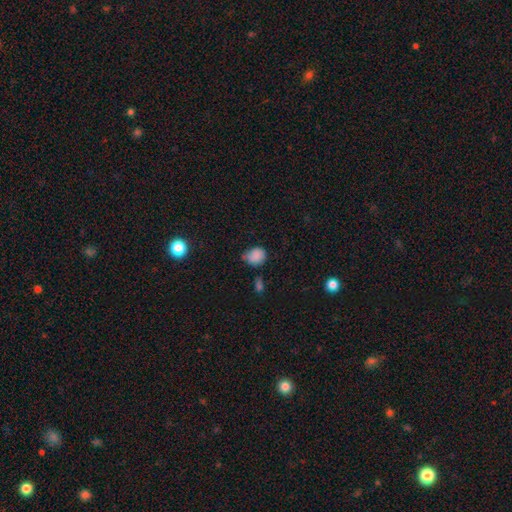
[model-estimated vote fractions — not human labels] smooth 83%, star or artifact 11%, featured or disk 6%. Down the decision tree: how rounded — round (61%); merging — none (46%).